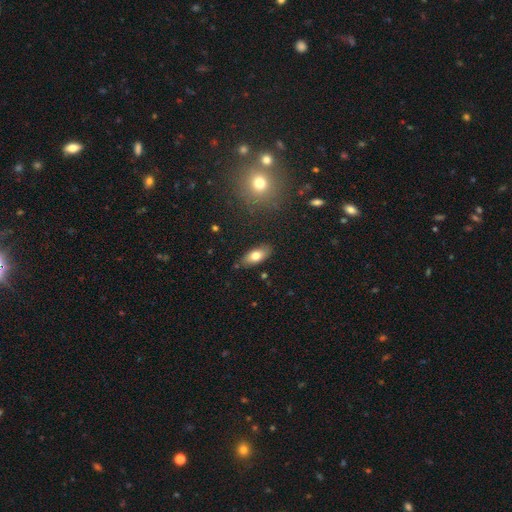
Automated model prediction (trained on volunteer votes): This appears to be a smooth galaxy with no disk features (76%) that is in between round and cigar-shaped (86%). Merging: none (84%).